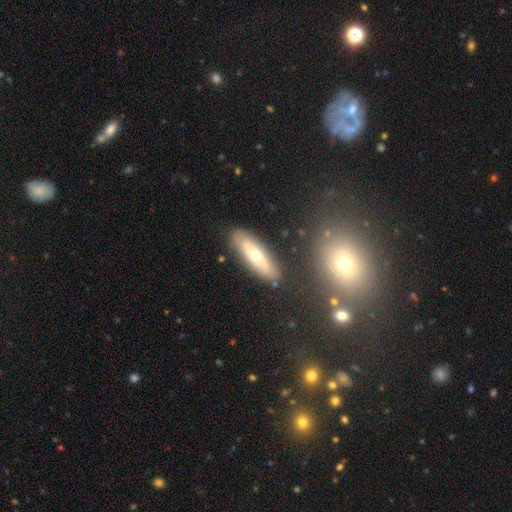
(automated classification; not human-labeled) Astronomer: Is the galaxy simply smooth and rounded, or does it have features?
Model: smooth — 52% (runner-up: featured or disk, 41%).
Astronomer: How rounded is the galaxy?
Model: cigar-shaped — 54% (runner-up: in between, 44%).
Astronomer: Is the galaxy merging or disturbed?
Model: none — 83%.